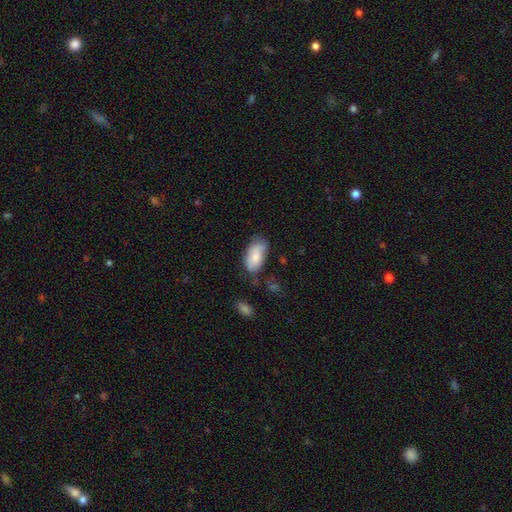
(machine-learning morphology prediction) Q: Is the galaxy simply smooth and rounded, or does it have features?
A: smooth — 79%.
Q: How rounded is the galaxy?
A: in between — 94%.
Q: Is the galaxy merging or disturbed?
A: none — 55%.